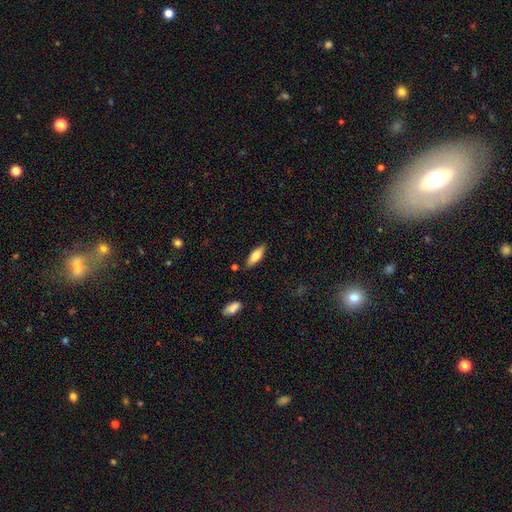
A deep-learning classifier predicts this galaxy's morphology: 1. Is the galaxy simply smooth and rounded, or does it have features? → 74% smooth, 20% featured or disk, 6% star or artifact.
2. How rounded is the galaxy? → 65% in between, 33% cigar-shaped, 2% round.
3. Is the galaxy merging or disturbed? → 84% none, 12% minor disturbance, 3% merger, 2% major disturbance.